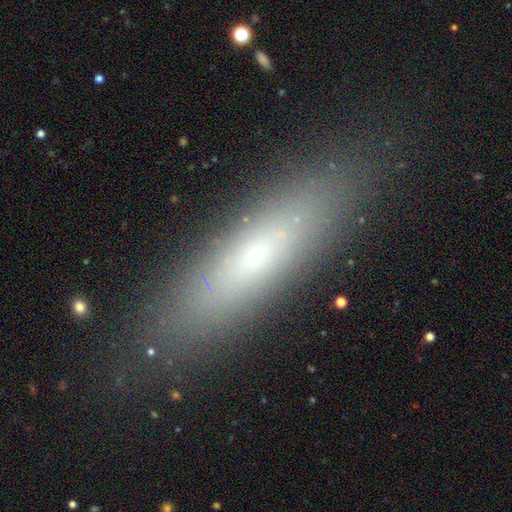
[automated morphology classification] A smooth galaxy with no disk features (57%) that is cigar-shaped (69%). Merging: none (84%).